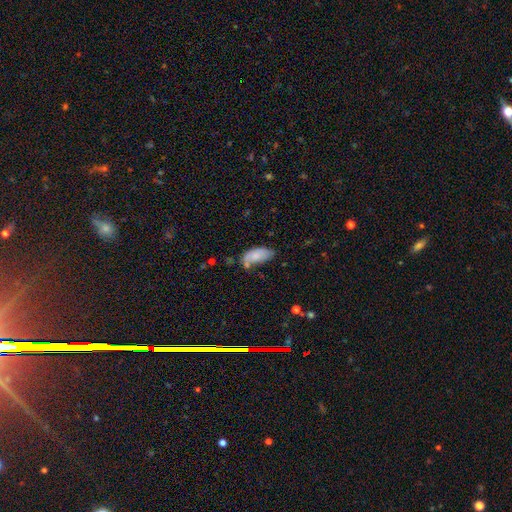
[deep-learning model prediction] This is likely a smooth galaxy (74%). How rounded: clearly in between (90%). Merging: possibly none (45%).